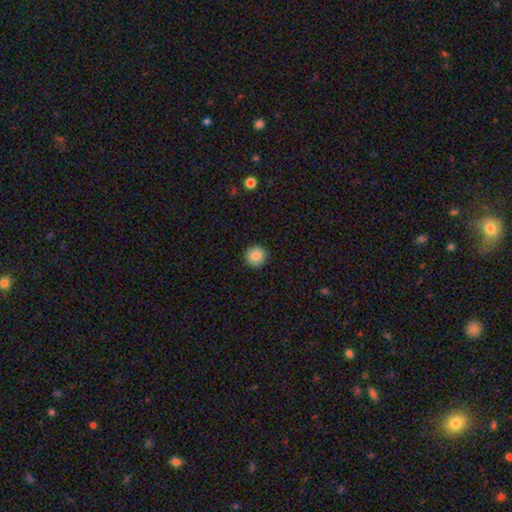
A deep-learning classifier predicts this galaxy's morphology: smooth-or-featured: smooth: 85% | star or artifact: 9% | featured or disk: 6%
  how-rounded: round: 94% | in between: 5% | cigar-shaped: 1%
  merging: none: 92% | minor disturbance: 6% | major disturbance: 2% | merger: 1%